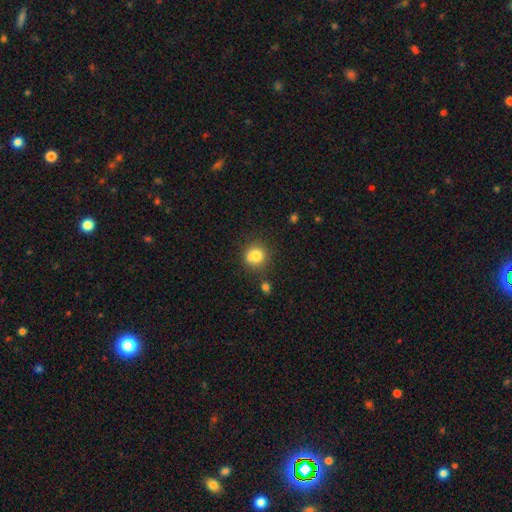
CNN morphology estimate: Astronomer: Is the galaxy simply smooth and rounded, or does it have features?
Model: smooth — 82%.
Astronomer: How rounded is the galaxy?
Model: round — 84%.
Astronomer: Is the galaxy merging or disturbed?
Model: none — 75%.